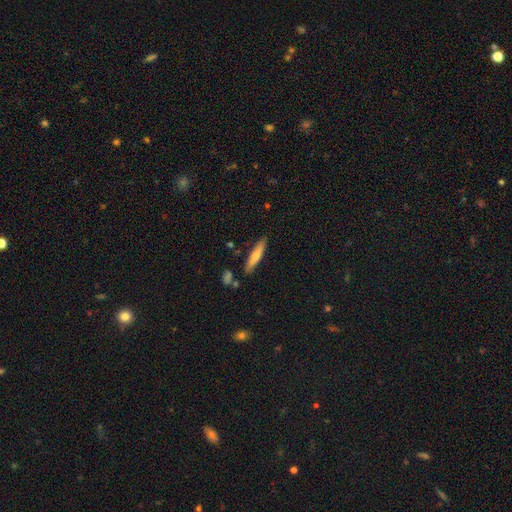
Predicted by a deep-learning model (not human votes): This appears to be a smooth galaxy with no disk features (67%) that is cigar-shaped (84%). Merging: none (82%).